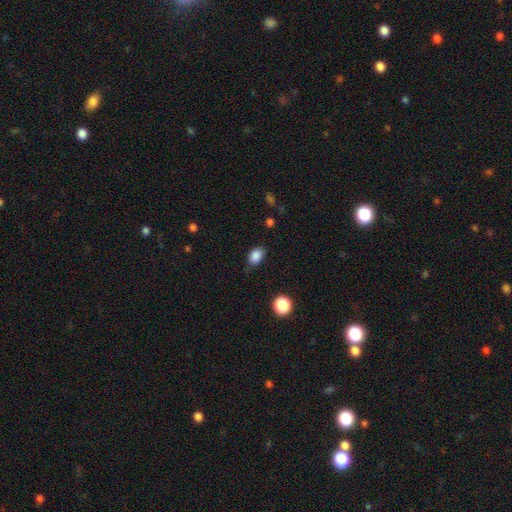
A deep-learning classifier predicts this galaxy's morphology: Smooth or featured?
  - smooth: 86% *
  - star or artifact: 9%
  - featured or disk: 5%
How rounded?
  - in between: 81% *
  - round: 17%
  - cigar-shaped: 1%
Merging?
  - none: 76% *
  - minor disturbance: 19%
  - major disturbance: 4%
  - merger: 1%